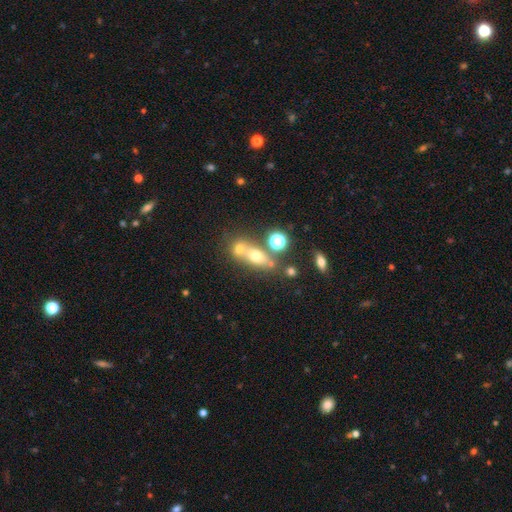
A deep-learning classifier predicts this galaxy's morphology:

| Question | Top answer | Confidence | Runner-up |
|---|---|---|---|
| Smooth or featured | smooth | 56% | featured or disk (24%) |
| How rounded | in between | 48% | round (43%) |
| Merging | merger | 47% | none (38%) |